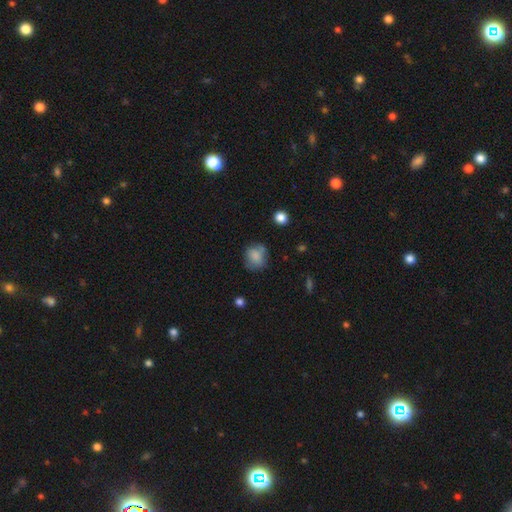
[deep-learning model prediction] smooth-or-featured: smooth: 78% | featured or disk: 12% | star or artifact: 9%
  how-rounded: round: 70% | in between: 29% | cigar-shaped: 1%
  merging: none: 61% | minor disturbance: 25% | major disturbance: 9% | merger: 5%